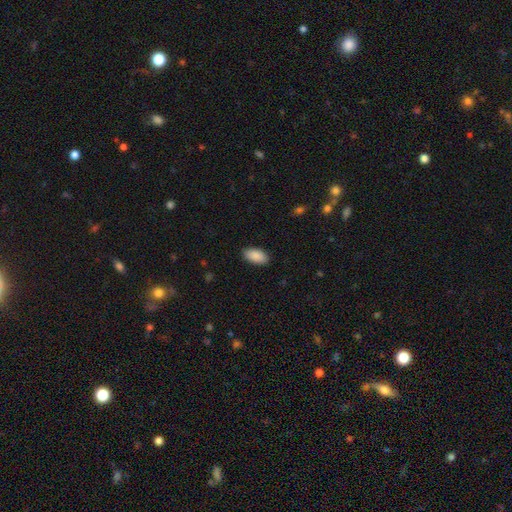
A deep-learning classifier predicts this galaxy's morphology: Q: Smooth or featured?
A: smooth (90%); runner-up: star or artifact (6%)
Q: How rounded?
A: in between (95%); runner-up: cigar-shaped (3%)
Q: Merging?
A: none (88%); runner-up: minor disturbance (9%)